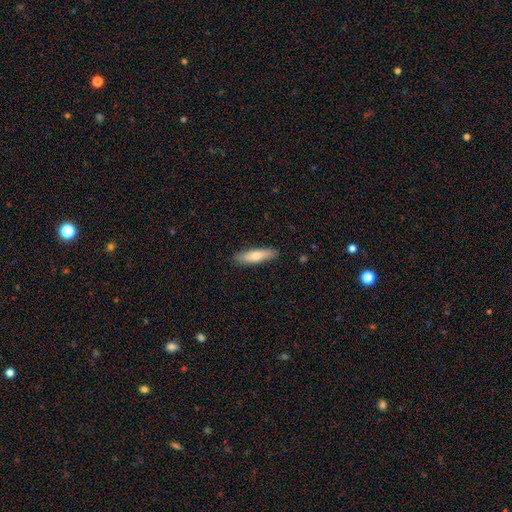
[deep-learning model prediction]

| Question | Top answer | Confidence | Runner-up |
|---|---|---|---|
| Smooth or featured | smooth | 73% | featured or disk (21%) |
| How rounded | cigar-shaped | 68% | in between (30%) |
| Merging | none | 87% | minor disturbance (10%) |